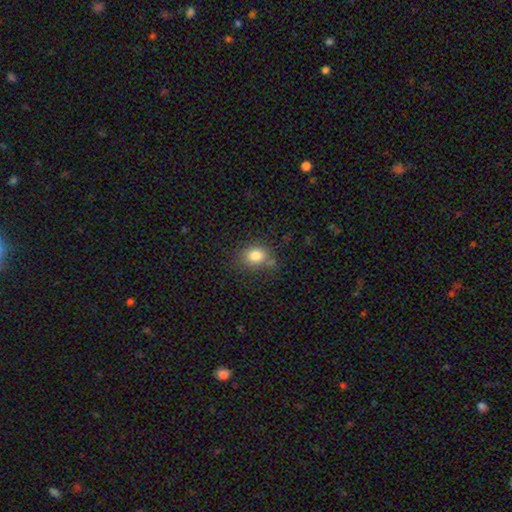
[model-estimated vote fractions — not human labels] Smooth or featured?
  - smooth: 81% *
  - star or artifact: 11%
  - featured or disk: 8%
How rounded?
  - round: 56% *
  - in between: 43%
  - cigar-shaped: 1%
Merging?
  - none: 70% *
  - minor disturbance: 18%
  - merger: 7%
  - major disturbance: 6%